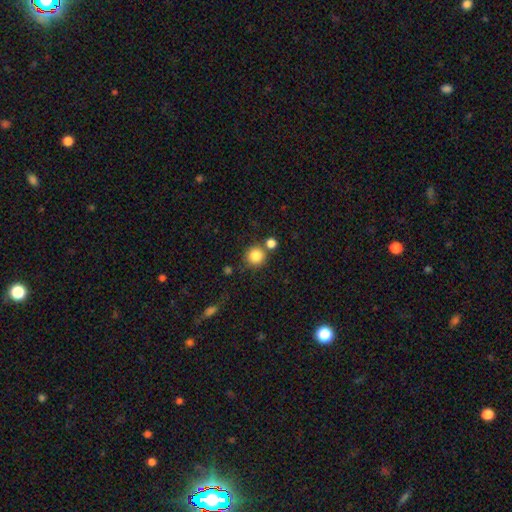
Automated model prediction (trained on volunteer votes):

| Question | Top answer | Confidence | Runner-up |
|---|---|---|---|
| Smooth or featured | smooth | 85% | star or artifact (10%) |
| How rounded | round | 93% | in between (6%) |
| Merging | none | 72% | merger (16%) |